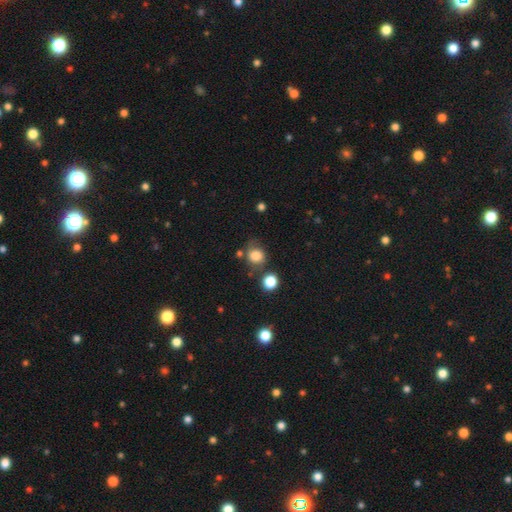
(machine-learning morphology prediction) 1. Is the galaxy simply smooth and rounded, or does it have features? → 77% smooth, 12% featured or disk, 11% star or artifact.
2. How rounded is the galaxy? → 80% round, 19% in between, 1% cigar-shaped.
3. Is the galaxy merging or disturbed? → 60% none, 21% minor disturbance, 10% merger, 9% major disturbance.